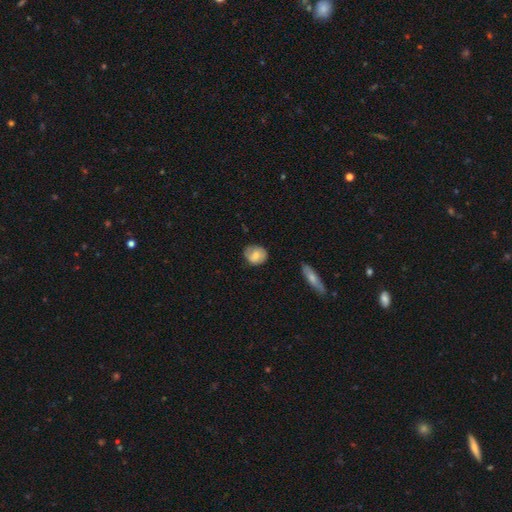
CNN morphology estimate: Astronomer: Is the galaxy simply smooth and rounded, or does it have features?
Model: smooth — 75%.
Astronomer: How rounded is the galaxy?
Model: round — 65%.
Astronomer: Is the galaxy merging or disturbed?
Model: none — 74%.